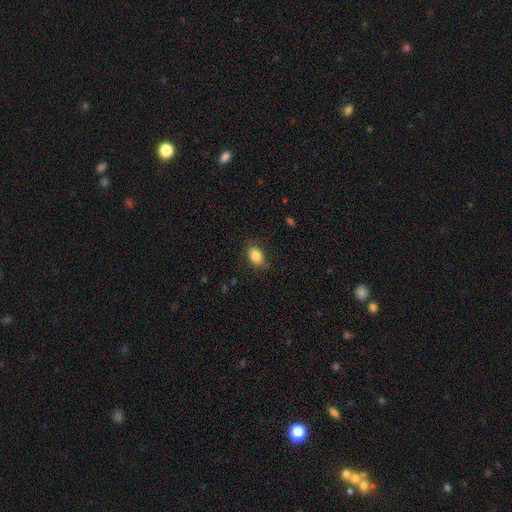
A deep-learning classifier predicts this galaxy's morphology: Overall: smooth (84%). How rounded: in between (86%). Merging: none (80%).